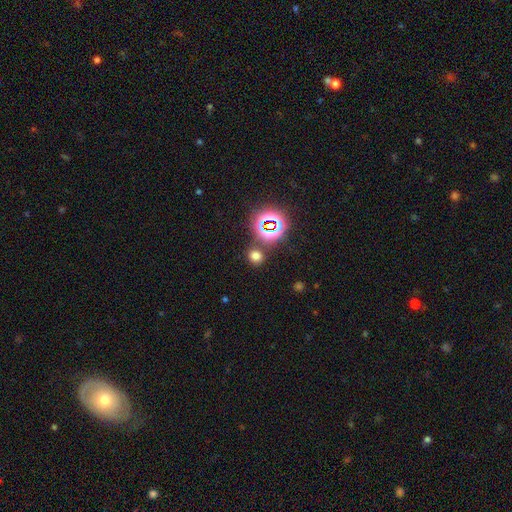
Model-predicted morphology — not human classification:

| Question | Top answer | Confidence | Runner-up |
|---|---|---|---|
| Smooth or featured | smooth | 64% | star or artifact (30%) |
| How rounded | round | 74% | in between (25%) |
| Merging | none | 79% | merger (9%) |